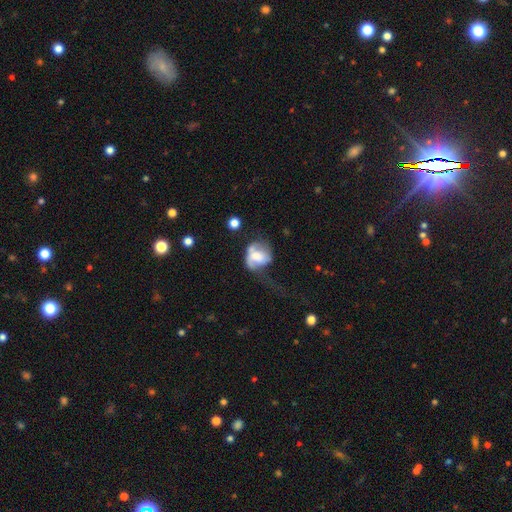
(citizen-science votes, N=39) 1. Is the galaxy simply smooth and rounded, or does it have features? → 59% featured or disk, 33% smooth, 8% star or artifact.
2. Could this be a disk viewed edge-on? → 100% no, 0% yes.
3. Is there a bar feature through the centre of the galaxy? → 70% no, 30% weak, 0% strong.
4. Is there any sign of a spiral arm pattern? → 57% no, 43% yes.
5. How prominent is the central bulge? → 57% moderate, 22% large, 13% none, 9% small, 0% dominant.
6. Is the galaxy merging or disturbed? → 61% major disturbance, 17% none, 14% minor disturbance, 8% merger.